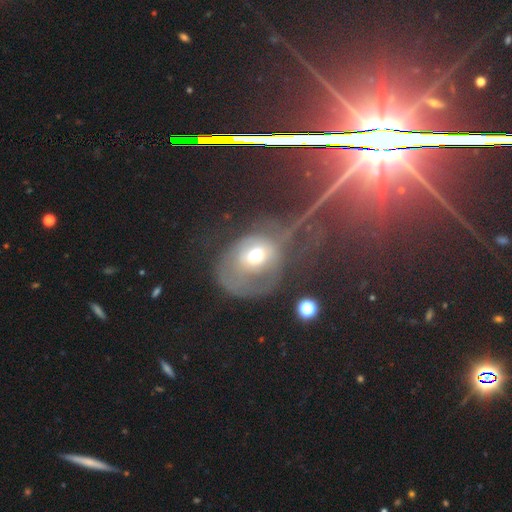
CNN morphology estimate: type=smooth (45%); merging=major disturbance (58%).